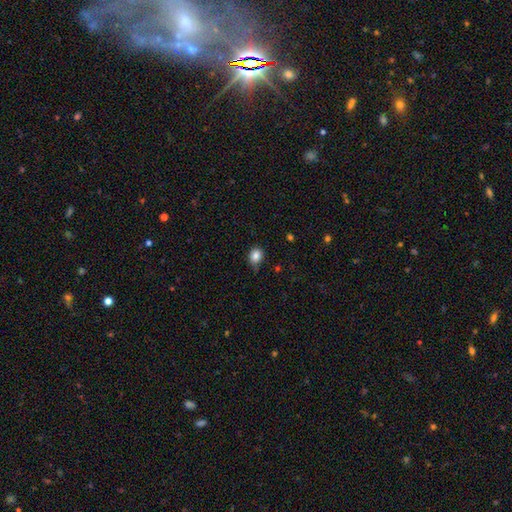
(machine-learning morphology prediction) Smooth or featured? smooth (84%)
How rounded? round (69%)
Merging? none (75%)